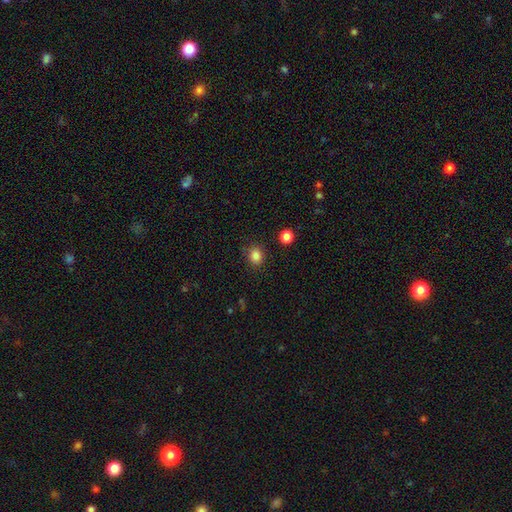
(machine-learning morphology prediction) The model was most divided on "how rounded": round: 72%, in between: 27%, cigar-shaped: 1%. More confident: merging — none (85%); smooth or featured — smooth (84%).